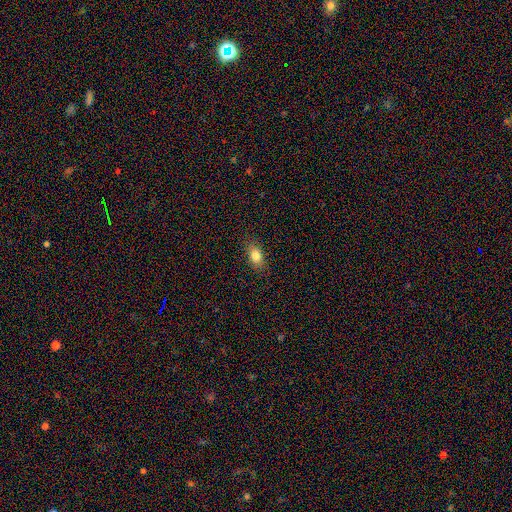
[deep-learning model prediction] Smooth or featured?
  - smooth: 81% *
  - featured or disk: 10%
  - star or artifact: 9%
How rounded?
  - in between: 85% *
  - round: 9%
  - cigar-shaped: 5%
Merging?
  - none: 85% *
  - minor disturbance: 11%
  - major disturbance: 3%
  - merger: 1%